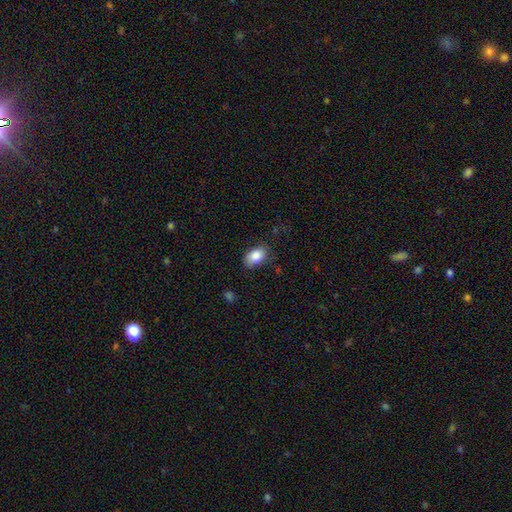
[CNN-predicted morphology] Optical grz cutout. It shows a smooth galaxy with no disk features (86%) that is in between round and cigar-shaped (89%). Merging: none (76%).